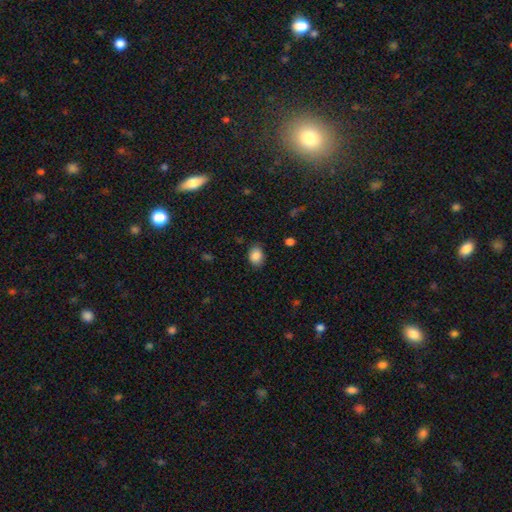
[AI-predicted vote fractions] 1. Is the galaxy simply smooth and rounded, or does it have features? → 86% smooth, 9% star or artifact, 5% featured or disk.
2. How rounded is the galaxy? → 64% in between, 35% round, 1% cigar-shaped.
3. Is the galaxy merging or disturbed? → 83% none, 13% minor disturbance, 3% major disturbance, 1% merger.